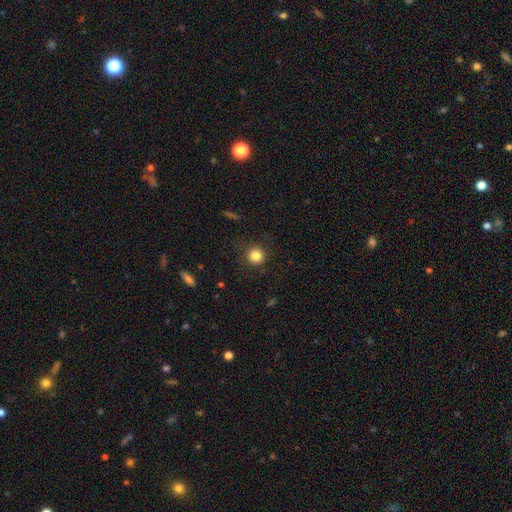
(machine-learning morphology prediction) This is clearly a smooth galaxy (83%). How rounded: clearly round (94%). Merging: clearly none (89%).